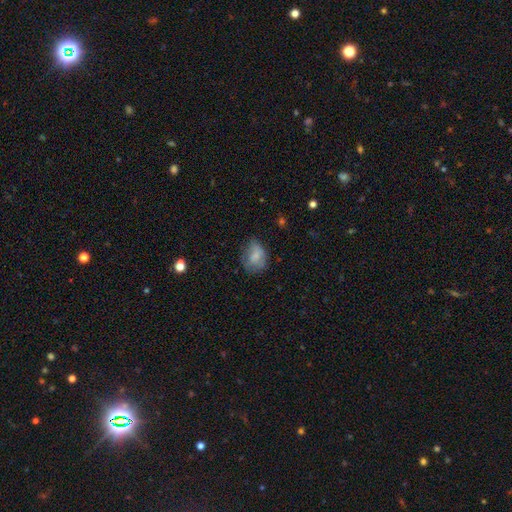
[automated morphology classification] A smooth galaxy with no disk features (71%) that is in between round and cigar-shaped (59%). Merging: none (52%).